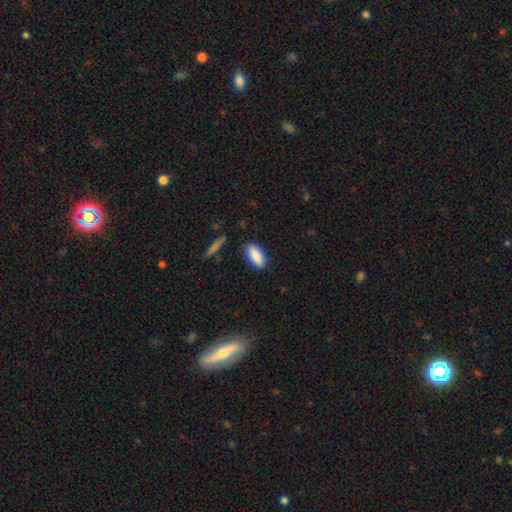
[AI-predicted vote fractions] Overall: smooth (88%). How rounded: in between (87%). Merging: none (86%).